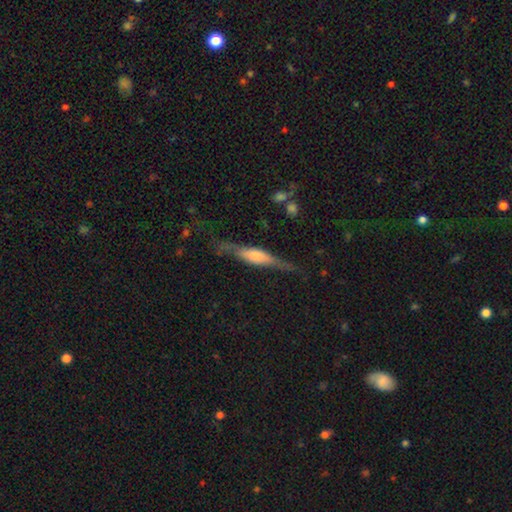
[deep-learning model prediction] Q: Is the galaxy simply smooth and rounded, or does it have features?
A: featured or disk — 68%.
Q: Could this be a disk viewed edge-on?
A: yes — 93%.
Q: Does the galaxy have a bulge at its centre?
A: rounded — 65%.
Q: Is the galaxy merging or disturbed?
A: none — 74%.